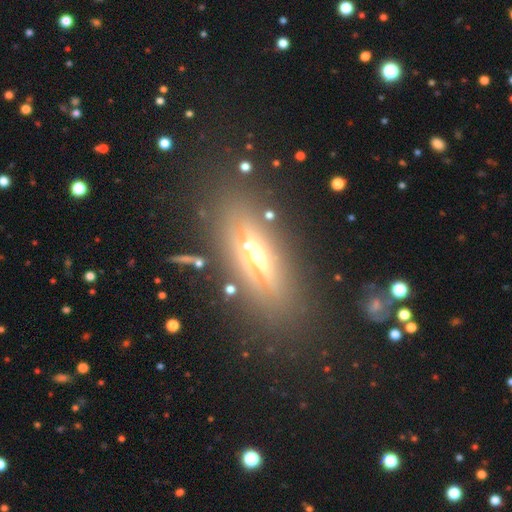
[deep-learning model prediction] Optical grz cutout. It shows a featured or disk galaxy (67%) viewed edge-on (86%) with a rounded central bulge (88%). Merging: none (79%).